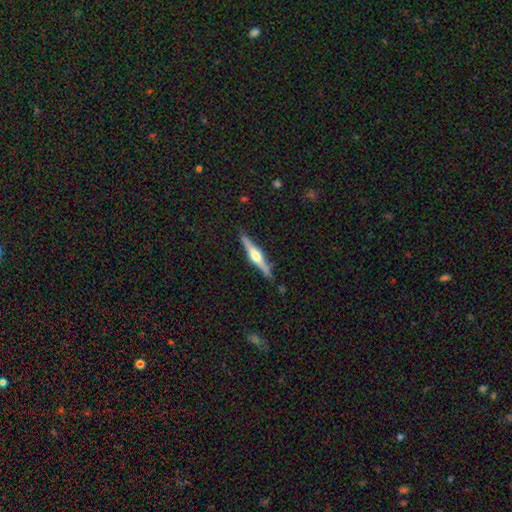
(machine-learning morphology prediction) type=featured or disk (74%); edge-on=yes (98%); edge-on bulge=rounded (92%); merging=none (86%).